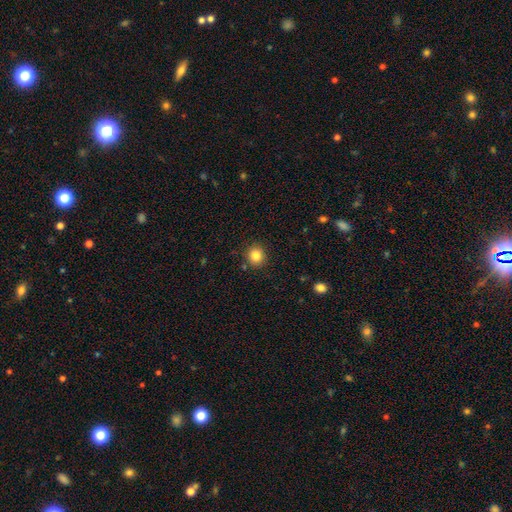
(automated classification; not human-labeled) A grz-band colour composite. It shows a smooth galaxy with no disk features (83%) that is round (88%). Merging: none (89%).